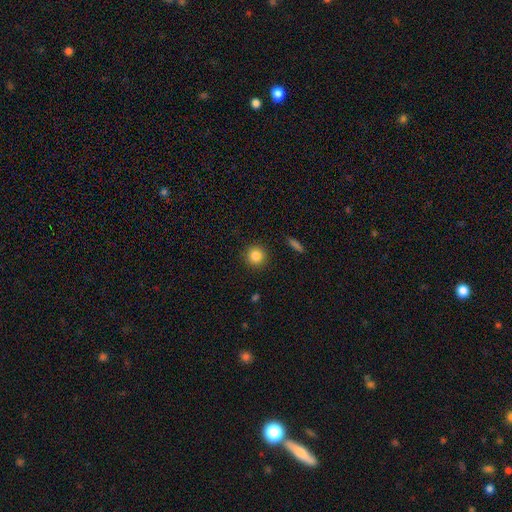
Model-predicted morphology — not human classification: Smooth or featured? Predicted: smooth (p=0.85). How rounded? Predicted: round (p=0.93). Merging? Predicted: none (p=0.91).